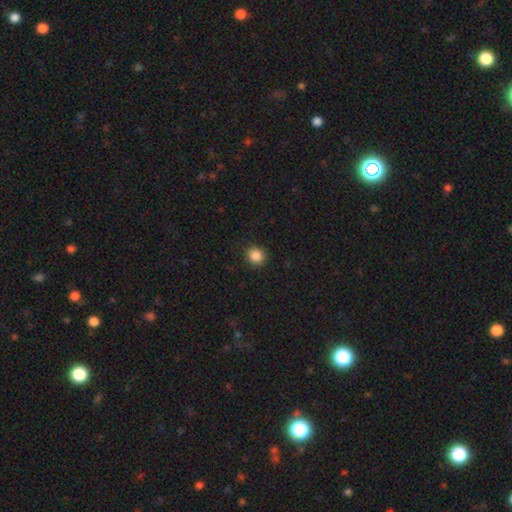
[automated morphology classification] A smooth galaxy with no disk features (87%) that is round (88%).

Vote fractions:
- Smooth or featured? smooth: 87% / star or artifact: 10% / featured or disk: 3%
- How rounded? round: 88% / in between: 11% / cigar-shaped: 1%
- Merging? none: 91% / minor disturbance: 6% / major disturbance: 2% / merger: 1%